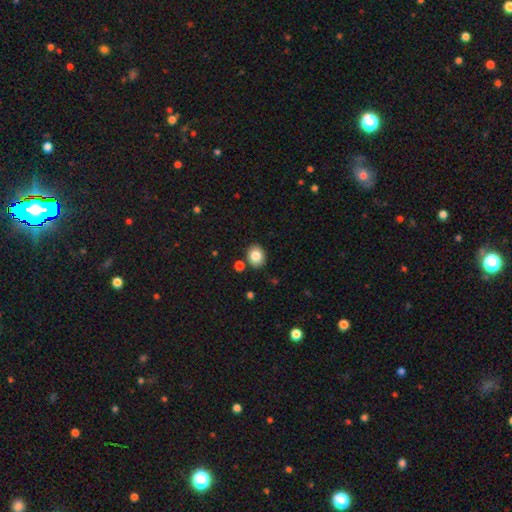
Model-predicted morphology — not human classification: smooth_or_featured: smooth (p=0.84) [alt: star or artifact p=0.09]
how_rounded: round (p=0.50) [alt: in between p=0.49]
merging: none (p=0.85) [alt: minor disturbance p=0.08]